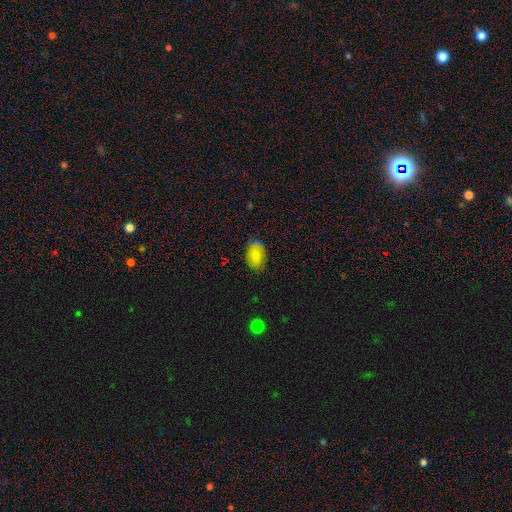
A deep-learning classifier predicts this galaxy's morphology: A smooth galaxy with no disk features (70%) that is in between round and cigar-shaped (84%). Merging: none (73%).